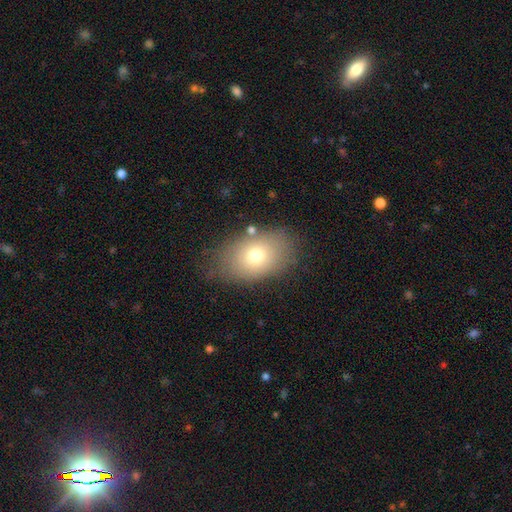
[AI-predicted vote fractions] smooth-or-featured: smooth: 73% | featured or disk: 17% | star or artifact: 11%
  how-rounded: in between: 82% | round: 16% | cigar-shaped: 1%
  merging: none: 76% | minor disturbance: 15% | major disturbance: 6% | merger: 3%